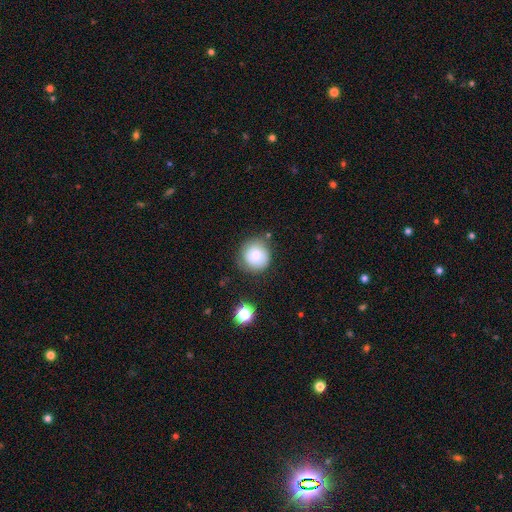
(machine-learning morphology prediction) smooth 77%, featured or disk 14%, star or artifact 9%. Down the decision tree: how rounded — round (91%); merging — none (74%).